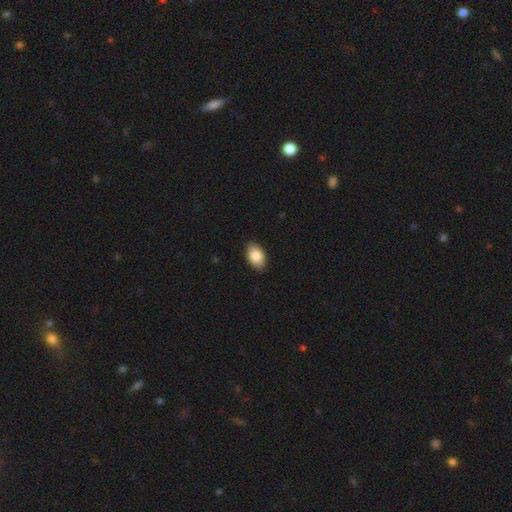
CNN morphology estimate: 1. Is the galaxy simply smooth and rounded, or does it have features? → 85% smooth, 8% featured or disk, 7% star or artifact.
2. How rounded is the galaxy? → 92% in between, 7% round, 1% cigar-shaped.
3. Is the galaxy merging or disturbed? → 88% none, 9% minor disturbance, 2% major disturbance, 1% merger.